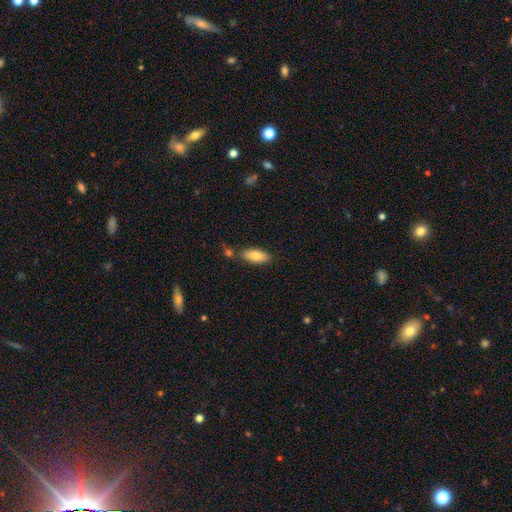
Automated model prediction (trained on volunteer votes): Smooth or featured? smooth (80%)
How rounded? in between (84%)
Merging? none (76%)